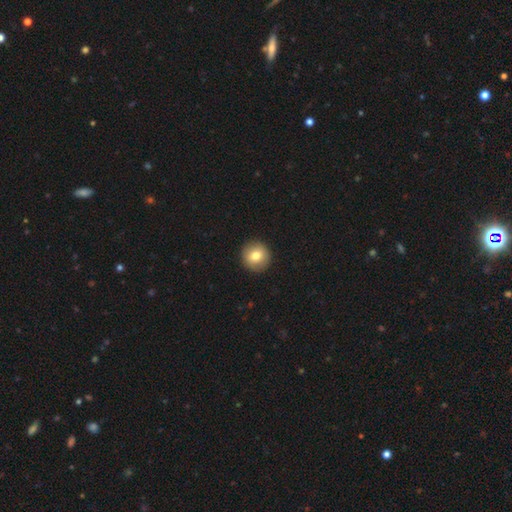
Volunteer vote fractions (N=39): A smooth galaxy with no disk features (72%) that is round (96%).

Vote fractions:
- Smooth or featured? smooth: 72% / featured or disk: 21% / star or artifact: 8%
- How rounded? round: 96% / in between: 4% / cigar-shaped: 0%
- Merging? none: 94% / minor disturbance: 3% / major disturbance: 3% / merger: 0%